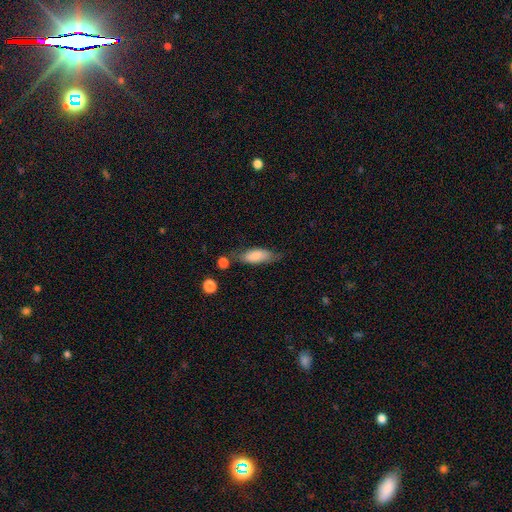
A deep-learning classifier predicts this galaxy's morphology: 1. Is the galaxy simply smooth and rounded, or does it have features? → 79% smooth, 15% featured or disk, 7% star or artifact.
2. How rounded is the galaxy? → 72% in between, 25% cigar-shaped, 2% round.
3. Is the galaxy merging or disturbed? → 57% none, 27% minor disturbance, 9% major disturbance, 7% merger.